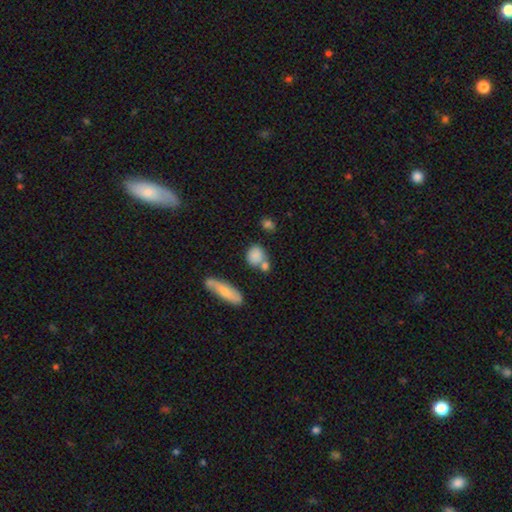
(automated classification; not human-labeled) Q: Smooth or featured?
A: smooth (81%); runner-up: featured or disk (10%)
Q: How rounded?
A: round (59%); runner-up: in between (36%)
Q: Merging?
A: none (51%); runner-up: merger (27%)